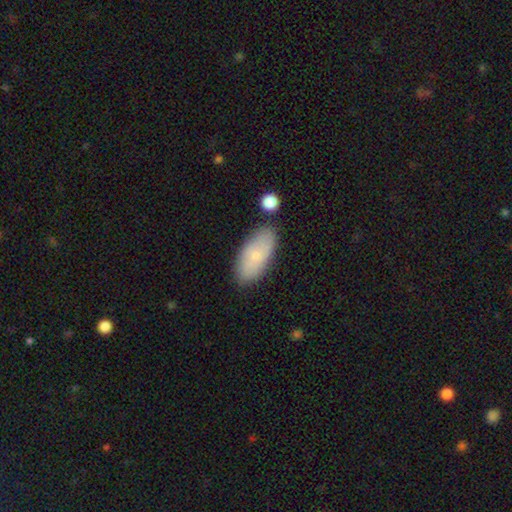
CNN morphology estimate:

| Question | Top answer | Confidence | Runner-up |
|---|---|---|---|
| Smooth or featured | smooth | 70% | featured or disk (23%) |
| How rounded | in between | 90% | cigar-shaped (7%) |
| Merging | none | 77% | minor disturbance (15%) |